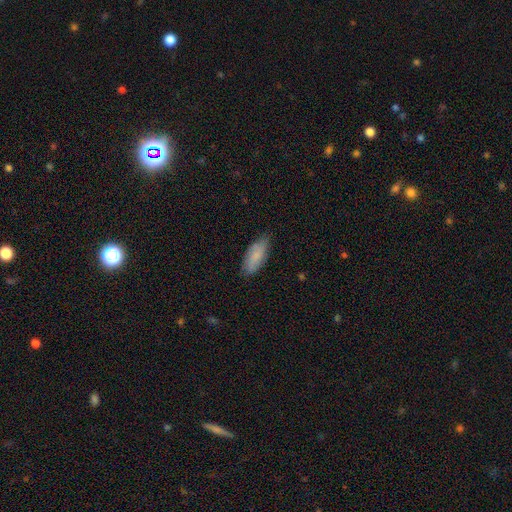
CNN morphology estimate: This appears to be a smooth galaxy with no disk features (78%) that is in between round and cigar-shaped (80%). Merging: none (77%).